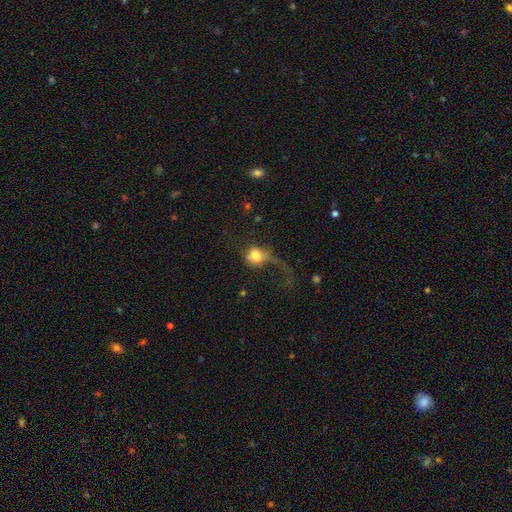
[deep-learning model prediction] Morphology: type=smooth (60%); roundness=round (61%); merging=major disturbance (60%).